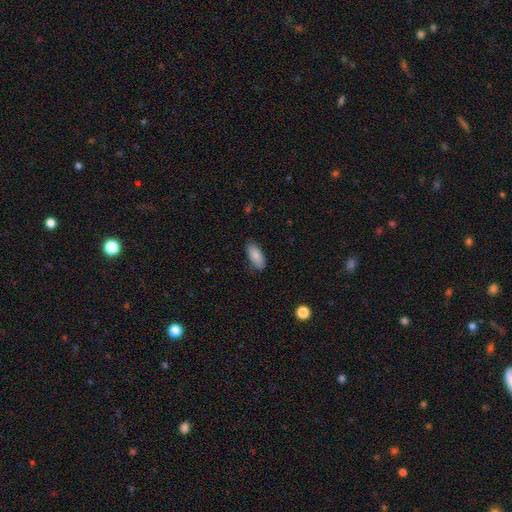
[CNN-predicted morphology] type=smooth (88%); roundness=in between (87%); merging=none (83%).